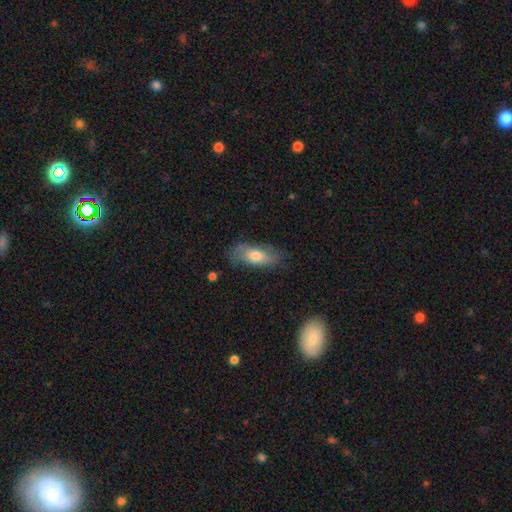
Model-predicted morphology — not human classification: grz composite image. It shows a smooth galaxy with no disk features (70%) that is in between round and cigar-shaped (80%). Merging: none (70%).